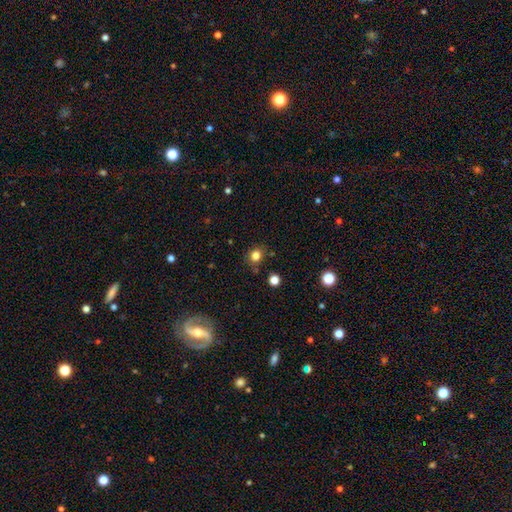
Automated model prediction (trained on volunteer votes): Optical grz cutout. It shows a smooth galaxy with no disk features (81%) that is round (78%). Merging: none (80%).